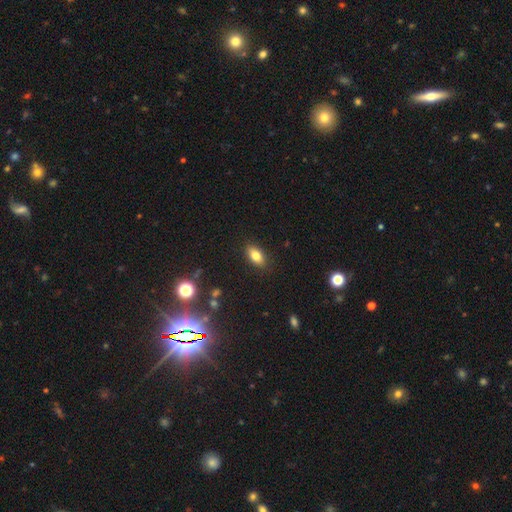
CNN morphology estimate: Overall: smooth (79%). How rounded: in between (87%). Merging: none (88%).